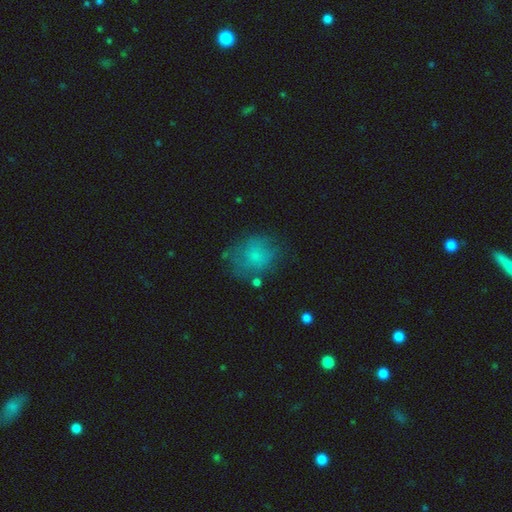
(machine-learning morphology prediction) A smooth galaxy with no disk features (65%) that is round (66%).

Vote fractions:
- Smooth or featured? smooth: 65% / featured or disk: 22% / star or artifact: 13%
- How rounded? round: 66% / in between: 33% / cigar-shaped: 1%
- Merging? none: 59% / minor disturbance: 24% / major disturbance: 14% / merger: 4%